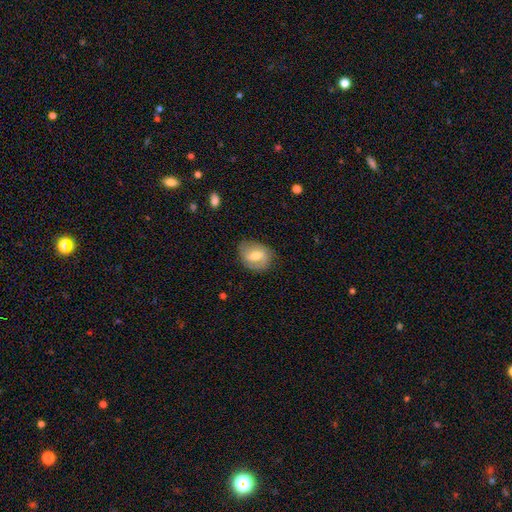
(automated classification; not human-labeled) Smooth or featured? featured or disk (52%)
Edge-on disk? no (96%)
Bar? weak (52%)
Spiral arms? yes (81%)
Bulge size? moderate (65%)
Merging? none (74%)